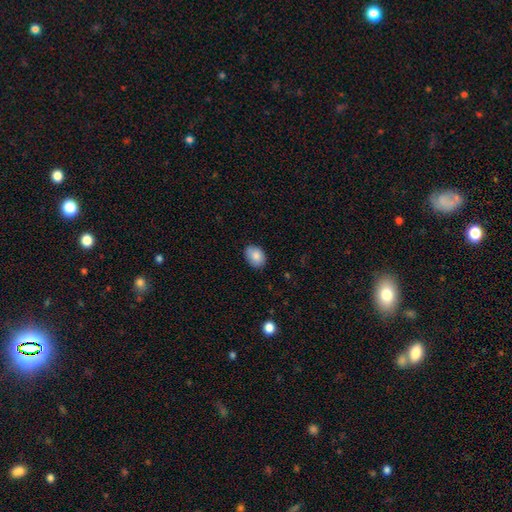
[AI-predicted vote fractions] smooth-or-featured: smooth: 84% | featured or disk: 9% | star or artifact: 7%
  how-rounded: in between: 74% | round: 25% | cigar-shaped: 1%
  merging: none: 82% | minor disturbance: 15% | major disturbance: 2% | merger: 1%